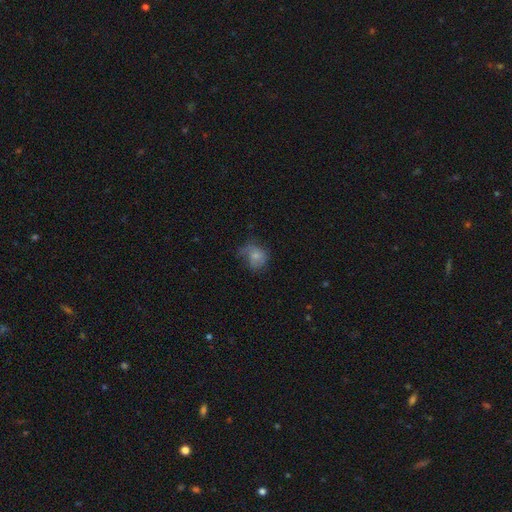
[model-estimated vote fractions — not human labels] smooth-or-featured: smooth: 64% | featured or disk: 25% | star or artifact: 11%
  how-rounded: round: 54% | in between: 45% | cigar-shaped: 1%
  merging: none: 35% | major disturbance: 32% | minor disturbance: 30% | merger: 3%